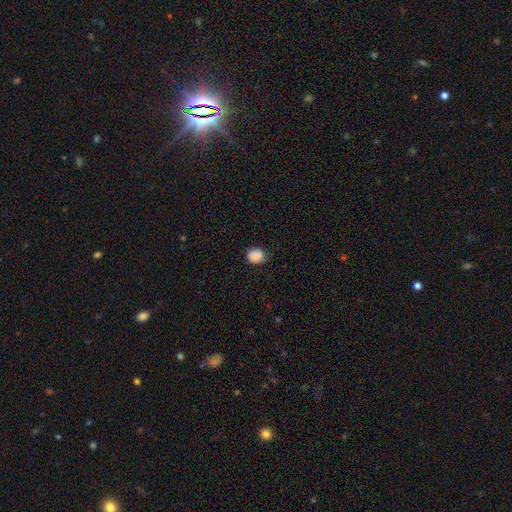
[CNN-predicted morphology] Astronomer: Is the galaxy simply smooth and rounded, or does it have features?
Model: smooth — 88%.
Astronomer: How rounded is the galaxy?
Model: round — 61% (runner-up: in between, 38%).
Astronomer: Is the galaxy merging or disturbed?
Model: none — 81%.